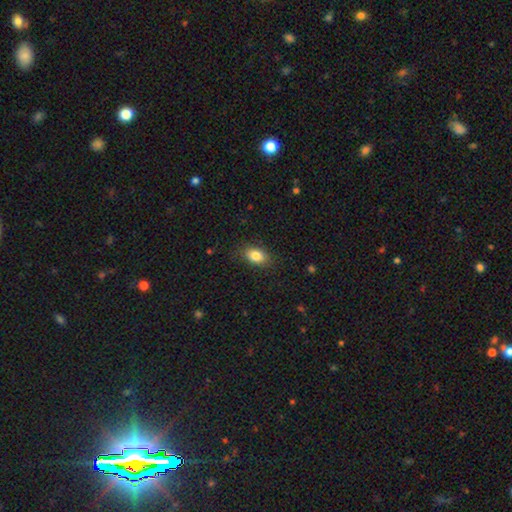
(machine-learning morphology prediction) Smooth or featured? smooth (84%)
How rounded? in between (85%)
Merging? none (85%)